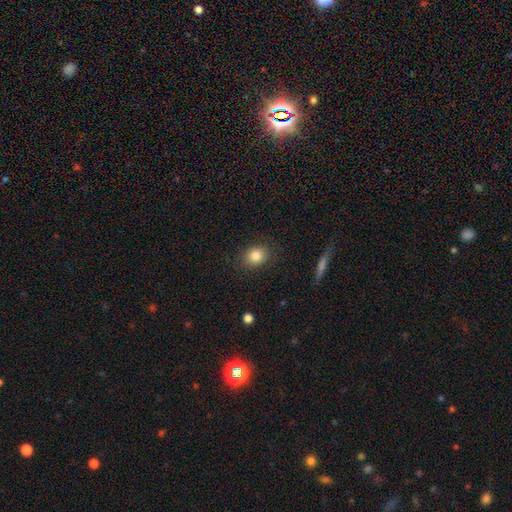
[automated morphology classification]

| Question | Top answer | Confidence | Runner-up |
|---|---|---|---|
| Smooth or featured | smooth | 84% | star or artifact (9%) |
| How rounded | round | 61% | in between (38%) |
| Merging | none | 86% | minor disturbance (10%) |